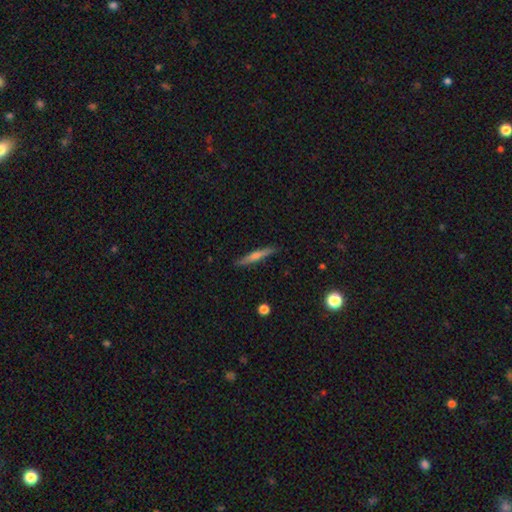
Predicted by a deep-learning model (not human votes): The model was most divided on "smooth or featured": featured or disk: 60%, smooth: 32%, star or artifact: 7%. More confident: edge-on disk — yes (97%); merging — none (90%); edge-on bulge — rounded (76%).